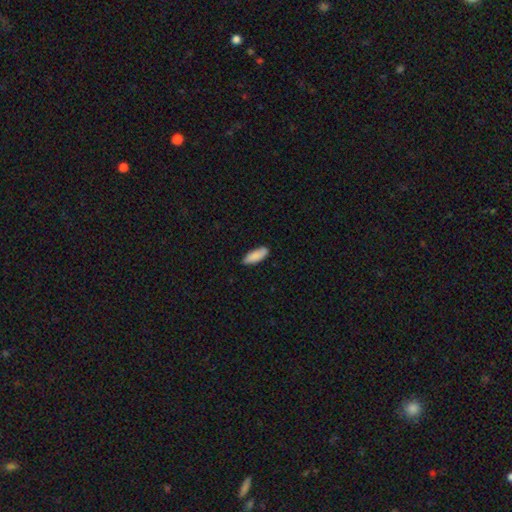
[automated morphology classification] smooth_or_featured: smooth (p=0.88) [alt: featured or disk p=0.06]
how_rounded: in between (p=0.69) [alt: cigar-shaped p=0.30]
merging: none (p=0.85) [alt: minor disturbance p=0.12]